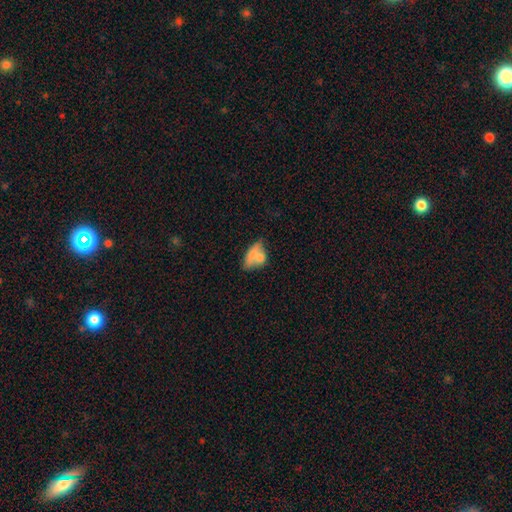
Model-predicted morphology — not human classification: type=smooth (68%); roundness=in between (78%); merging=merger (39%).